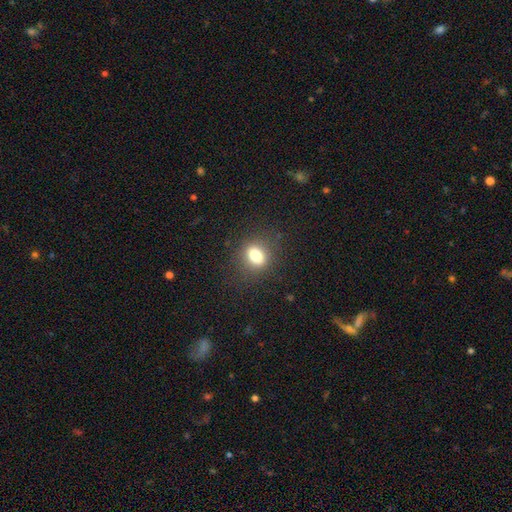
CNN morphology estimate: The model was most divided on "how rounded": in between: 62%, round: 35%, cigar-shaped: 3%. More confident: merging — none (85%); smooth or featured — smooth (78%).